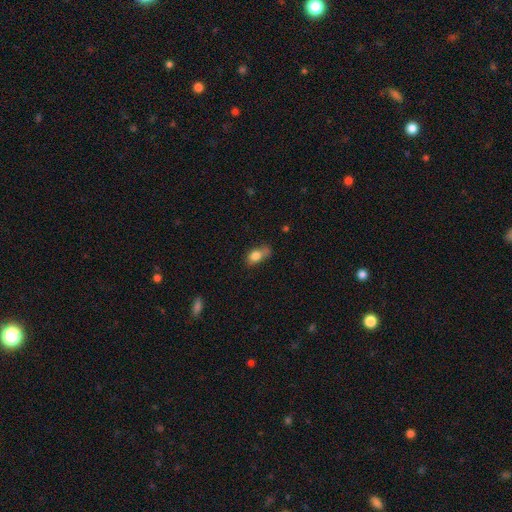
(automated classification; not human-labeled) A smooth galaxy with no disk features (80%) that is in between round and cigar-shaped (78%).

Vote fractions:
- Smooth or featured? smooth: 80% / featured or disk: 11% / star or artifact: 9%
- How rounded? in between: 78% / round: 18% / cigar-shaped: 5%
- Merging? minor disturbance: 35% (tied) / none: 35% (tied) / major disturbance: 18% / merger: 12%